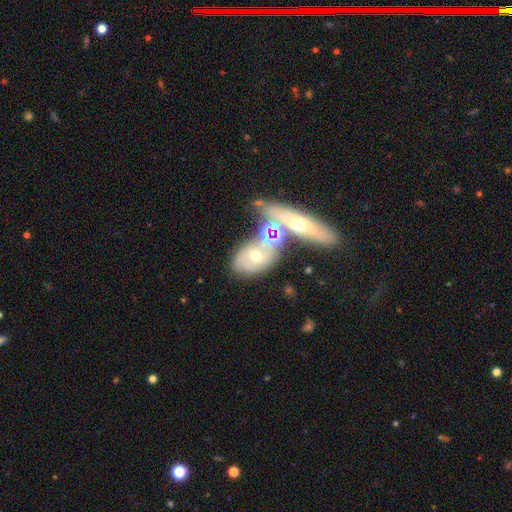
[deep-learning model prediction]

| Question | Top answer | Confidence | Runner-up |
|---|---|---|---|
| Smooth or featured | featured or disk | 53% | smooth (35%) |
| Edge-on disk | no | 79% | yes (21%) |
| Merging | none | 39% | merger (38%) |